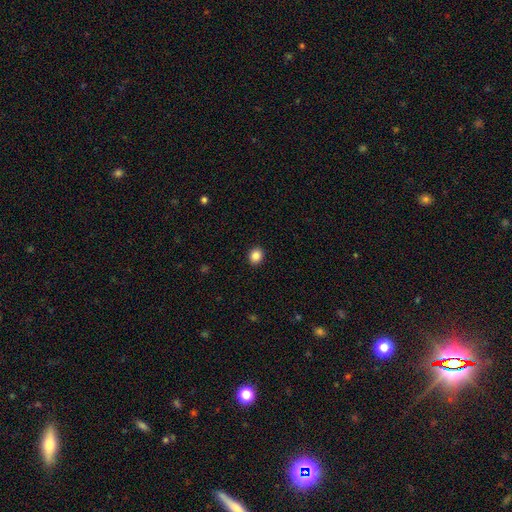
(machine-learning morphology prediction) This is clearly a smooth galaxy (87%). How rounded: likely round (68%). Merging: clearly none (92%).